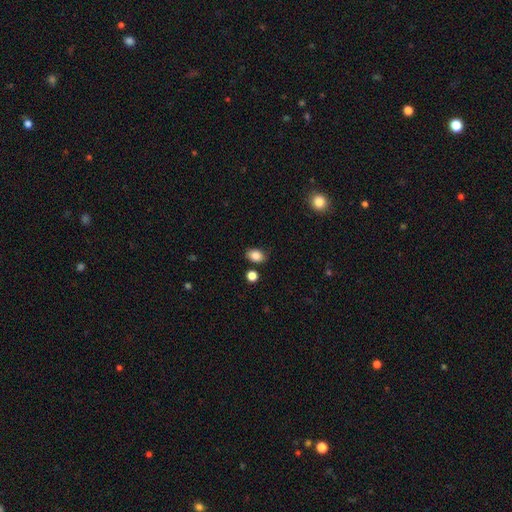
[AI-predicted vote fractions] smooth_or_featured: smooth (p=0.85) [alt: star or artifact p=0.10]
how_rounded: in between (p=0.74) [alt: round p=0.25]
merging: none (p=0.81) [alt: minor disturbance p=0.12]